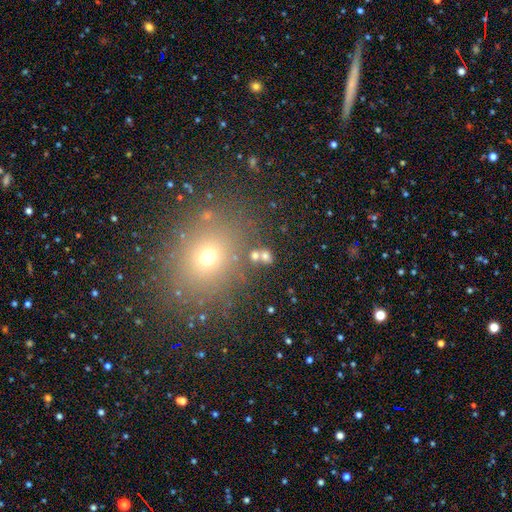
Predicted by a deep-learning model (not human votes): Q: Smooth or featured?
A: smooth (63%); runner-up: star or artifact (25%)
Q: How rounded?
A: round (53%); runner-up: in between (44%)
Q: Merging?
A: none (71%); runner-up: merger (12%)